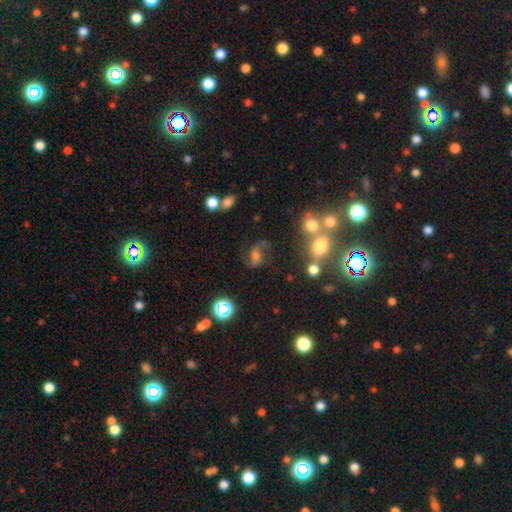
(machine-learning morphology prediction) This appears to be a featured or disk galaxy (70%) with a weak bar (43%), 2 (91%) loose (62%) spiral arms (93%) and a moderate central bulge (44%). Merging: none (67%).